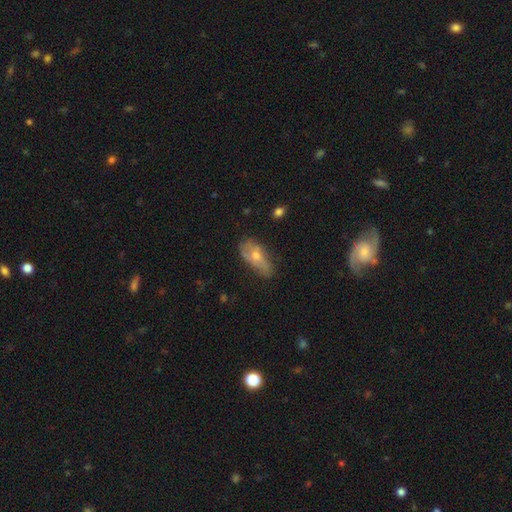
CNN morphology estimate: smooth-or-featured: smooth: 49% | featured or disk: 43% | star or artifact: 8%
  merging: none: 46% | minor disturbance: 35% | major disturbance: 16% | merger: 3%